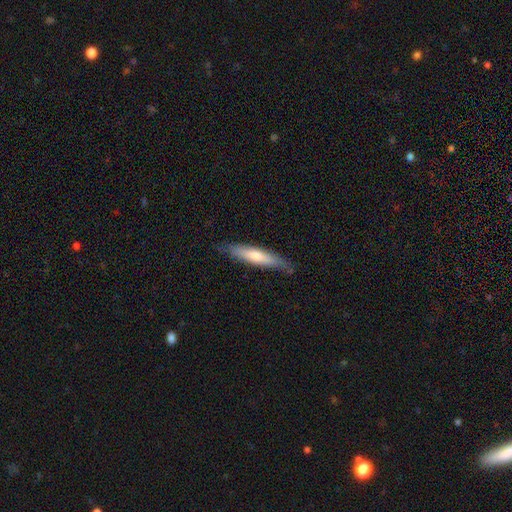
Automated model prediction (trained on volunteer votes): Smooth or featured: smooth — 56% (featured or disk — 38%)
How rounded: cigar-shaped — 86% (in between — 13%)
Merging: none — 80% (minor disturbance — 16%)